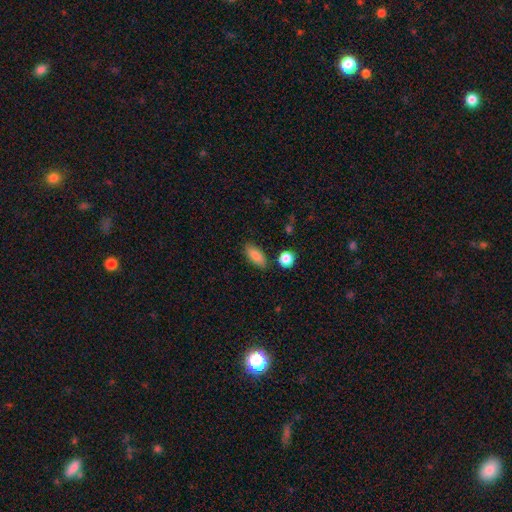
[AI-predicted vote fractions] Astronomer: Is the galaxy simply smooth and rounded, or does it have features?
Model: smooth — 86%.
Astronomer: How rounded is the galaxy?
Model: in between — 81%.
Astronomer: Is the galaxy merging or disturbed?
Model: none — 81%.